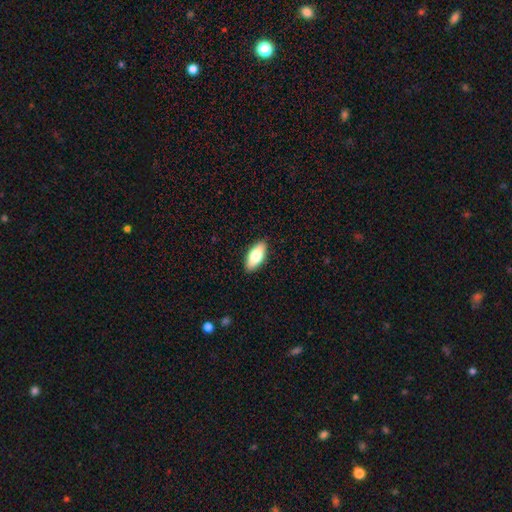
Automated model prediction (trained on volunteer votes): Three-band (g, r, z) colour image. It shows a smooth galaxy with no disk features (73%) that is in between round and cigar-shaped (84%). Merging: none (89%).